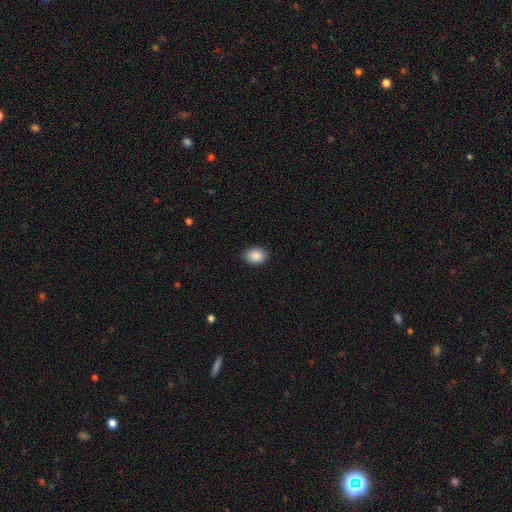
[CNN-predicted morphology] type=smooth (89%); roundness=in between (71%); merging=none (88%).